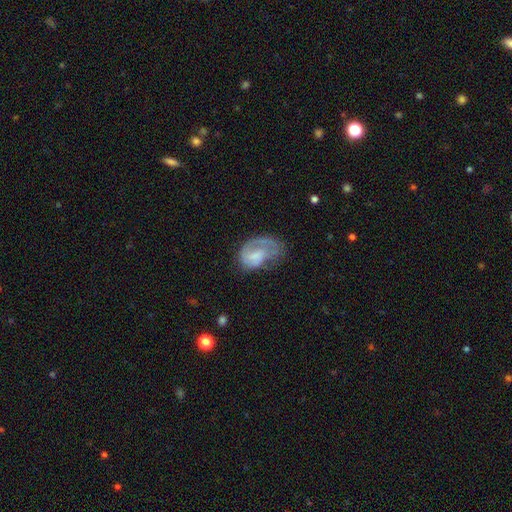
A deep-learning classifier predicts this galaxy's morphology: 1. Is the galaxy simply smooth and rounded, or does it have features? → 54% featured or disk, 38% smooth, 7% star or artifact.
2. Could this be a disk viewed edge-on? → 97% no, 3% yes.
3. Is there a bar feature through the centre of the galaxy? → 60% no, 34% weak, 7% strong.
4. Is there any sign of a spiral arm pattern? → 72% yes, 28% no.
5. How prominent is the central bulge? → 35% none, 27% small, 27% moderate, 9% large, 2% dominant.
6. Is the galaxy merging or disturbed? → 37% none, 35% major disturbance, 26% minor disturbance, 3% merger.